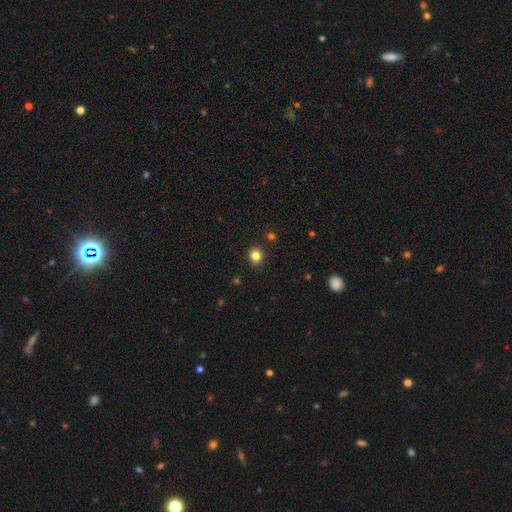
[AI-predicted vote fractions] This appears to be a smooth galaxy with no disk features (84%) that is round (77%). Merging: none (90%).